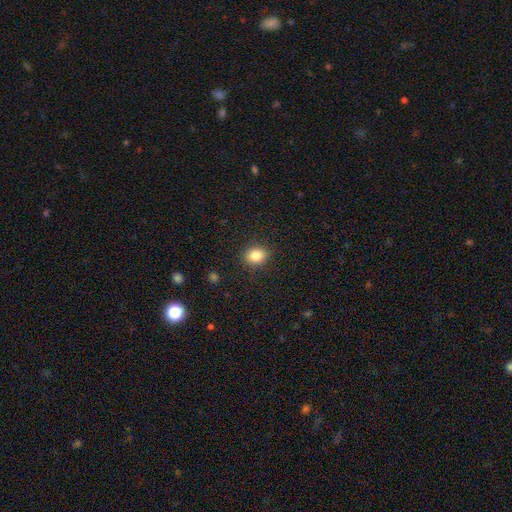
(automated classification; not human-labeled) Smooth or featured?
  - smooth: 84% *
  - star or artifact: 10%
  - featured or disk: 6%
How rounded?
  - round: 67% *
  - in between: 32%
  - cigar-shaped: 1%
Merging?
  - none: 89% *
  - minor disturbance: 7%
  - major disturbance: 2%
  - merger: 1%